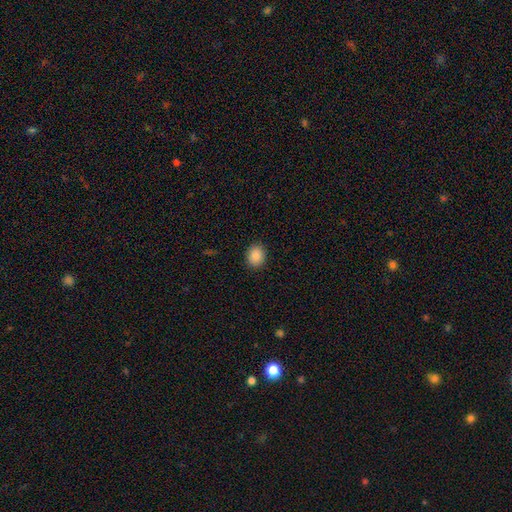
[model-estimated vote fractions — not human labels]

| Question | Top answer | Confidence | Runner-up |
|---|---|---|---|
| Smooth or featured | smooth | 87% | star or artifact (9%) |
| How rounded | round | 59% | in between (40%) |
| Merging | none | 90% | minor disturbance (7%) |